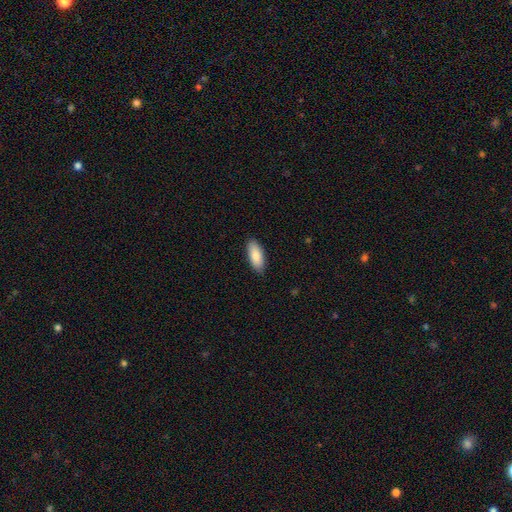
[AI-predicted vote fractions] smooth-or-featured: smooth: 86% | featured or disk: 8% | star or artifact: 6%
  how-rounded: in between: 83% | cigar-shaped: 15% | round: 2%
  merging: none: 87% | minor disturbance: 10% | major disturbance: 2% | merger: 1%